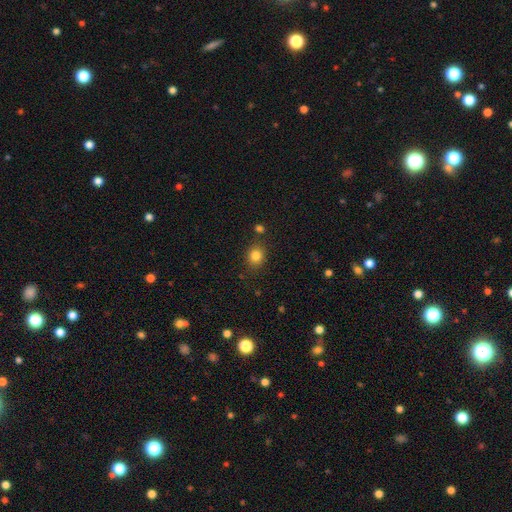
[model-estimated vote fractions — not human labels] A smooth galaxy with no disk features (83%) that is round (69%).

Vote fractions:
- Smooth or featured? smooth: 83% / star or artifact: 11% / featured or disk: 6%
- How rounded? round: 69% / in between: 30% / cigar-shaped: 1%
- Merging? none: 82% / minor disturbance: 10% / merger: 4% / major disturbance: 3%